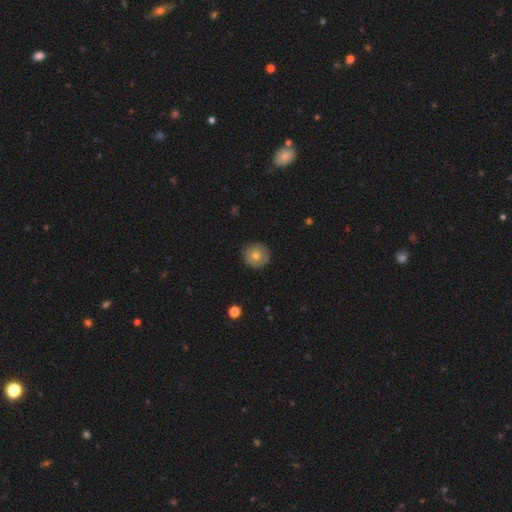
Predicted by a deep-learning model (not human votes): This appears to be a smooth galaxy with no disk features (70%) that is round (94%). Merging: none (88%).